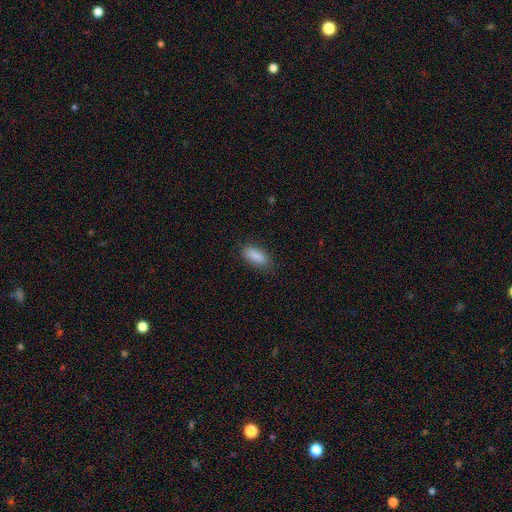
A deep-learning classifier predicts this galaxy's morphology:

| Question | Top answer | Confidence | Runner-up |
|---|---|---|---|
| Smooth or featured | smooth | 88% | star or artifact (7%) |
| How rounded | in between | 79% | cigar-shaped (18%) |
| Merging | none | 84% | minor disturbance (12%) |